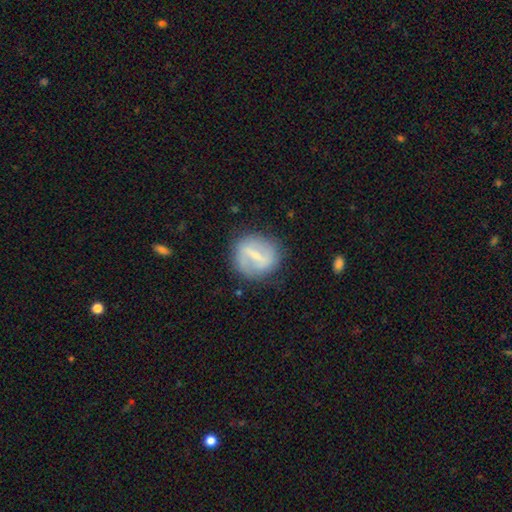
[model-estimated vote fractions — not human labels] Smooth or featured: featured or disk — 62% (smooth — 31%)
Edge-on disk: no — 94% (yes — 6%)
Bar: strong — 62% (weak — 30%)
Spiral arms: yes — 51% (no — 49%)
Bulge size: small — 46% (none — 28%)
Merging: none — 76% (minor disturbance — 16%)